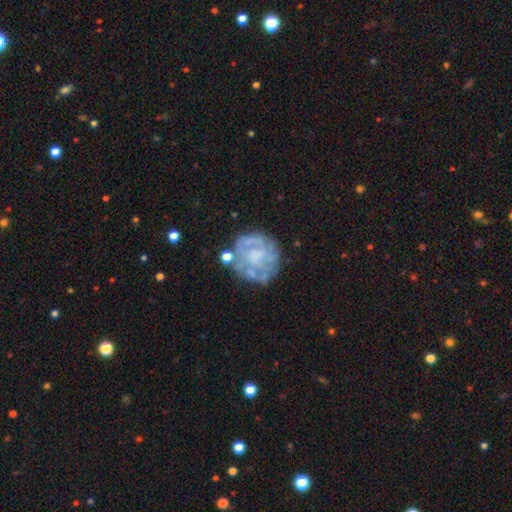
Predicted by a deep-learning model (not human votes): Q: Smooth or featured?
A: featured or disk (69%); runner-up: smooth (23%)
Q: Edge-on disk?
A: no (98%); runner-up: yes (2%)
Q: Bar?
A: no (79%); runner-up: weak (17%)
Q: Spiral arms?
A: no (60%); runner-up: yes (40%)
Q: Bulge size?
A: none (42%); runner-up: moderate (28%)
Q: Merging?
A: none (62%); runner-up: minor disturbance (19%)